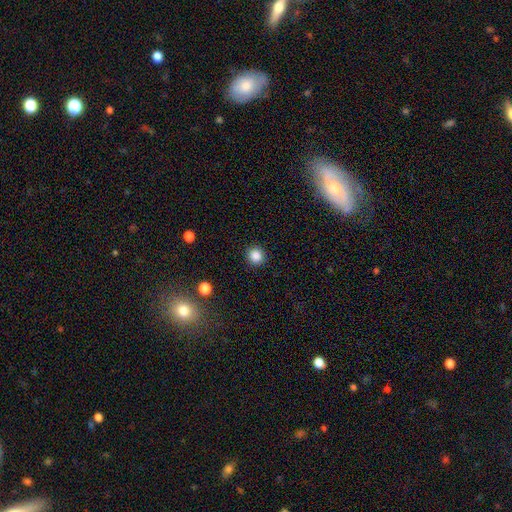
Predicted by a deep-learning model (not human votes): The model was most divided on "smooth or featured": smooth: 86%, star or artifact: 11%, featured or disk: 3%. More confident: how rounded — round (92%); merging — none (92%).